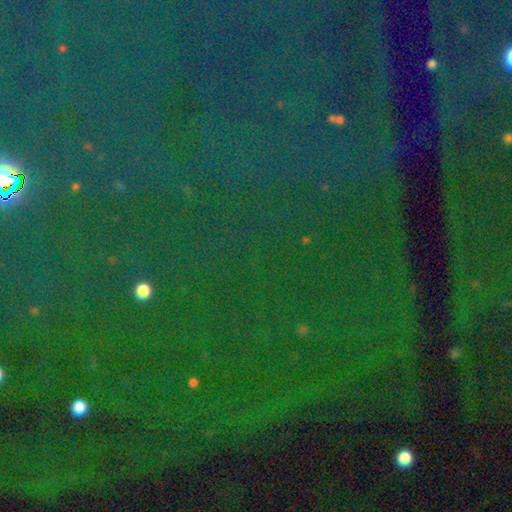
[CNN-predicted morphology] smooth-or-featured: star or artifact: 84% | smooth: 9% | featured or disk: 7%